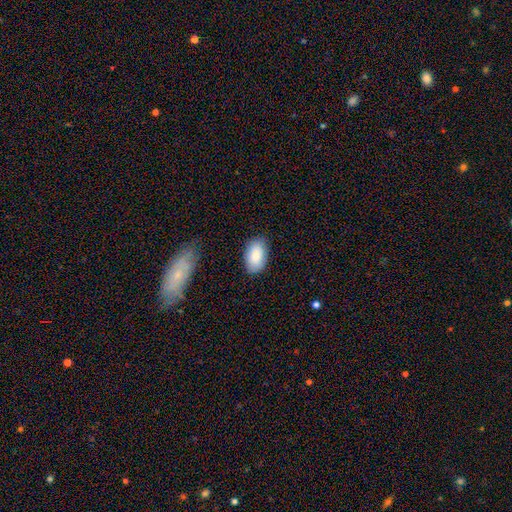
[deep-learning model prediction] Smooth or featured?
  - smooth: 87% *
  - featured or disk: 7%
  - star or artifact: 6%
How rounded?
  - in between: 93% *
  - round: 6%
  - cigar-shaped: 1%
Merging?
  - none: 79% *
  - minor disturbance: 15%
  - major disturbance: 3%
  - merger: 2%